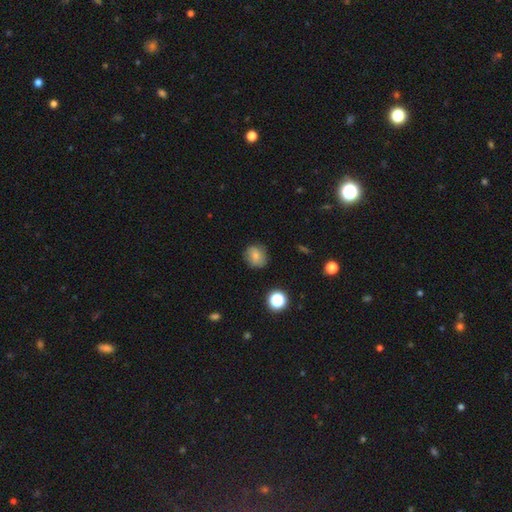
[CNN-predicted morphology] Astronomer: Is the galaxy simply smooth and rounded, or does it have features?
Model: smooth — 76%.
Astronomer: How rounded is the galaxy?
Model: round — 76%.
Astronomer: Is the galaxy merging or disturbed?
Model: none — 81%.